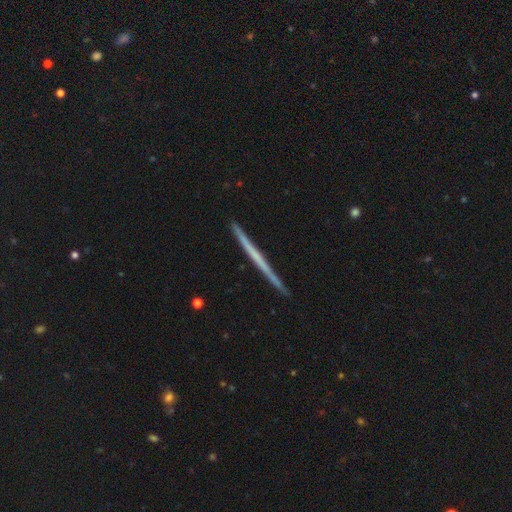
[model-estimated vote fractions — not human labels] Smooth or featured? featured or disk (58%)
Edge-on disk? yes (98%)
Edge-on bulge? none (91%)
Merging? none (92%)